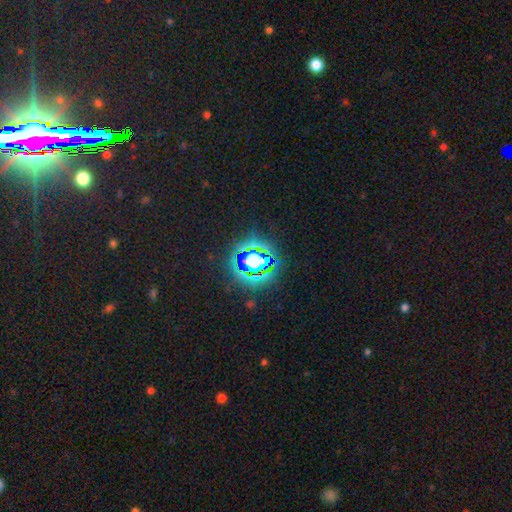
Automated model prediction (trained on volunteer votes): Morphology: type=star or artifact (82%).